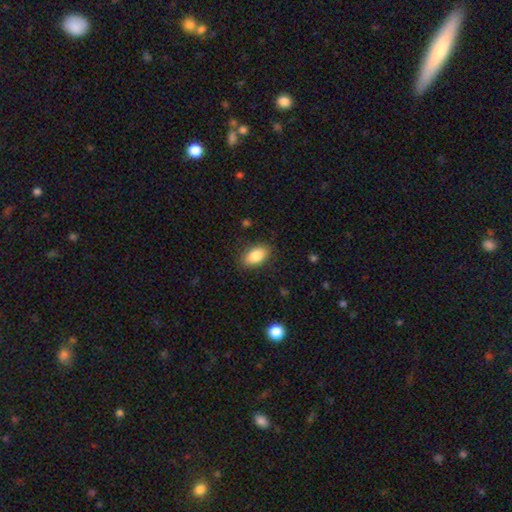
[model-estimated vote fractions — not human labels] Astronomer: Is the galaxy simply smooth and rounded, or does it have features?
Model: smooth — 85%.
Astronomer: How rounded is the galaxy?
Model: in between — 91%.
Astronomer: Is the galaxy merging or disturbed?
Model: none — 85%.